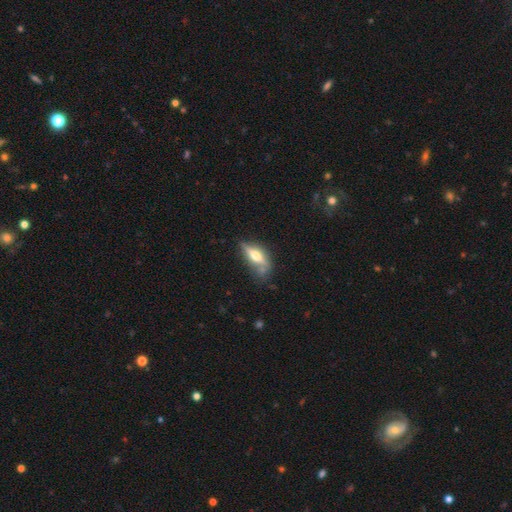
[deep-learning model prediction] Overall: featured or disk (53%; smooth 40%). Edge-on disk: yes (79%). Merging: none (53%; minor disturbance 27%).